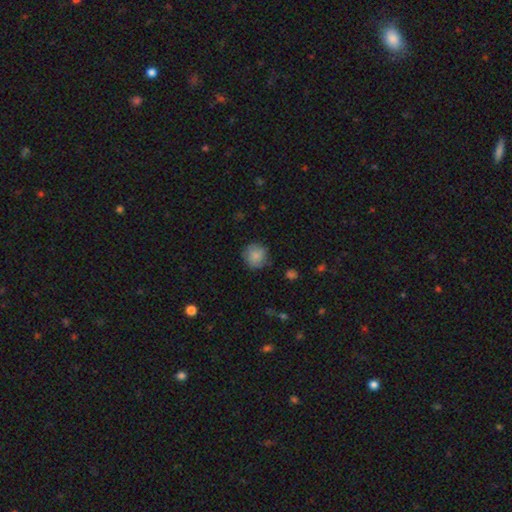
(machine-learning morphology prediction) Q: Smooth or featured?
A: smooth (84%); runner-up: star or artifact (8%)
Q: How rounded?
A: round (91%); runner-up: in between (8%)
Q: Merging?
A: none (80%); runner-up: minor disturbance (15%)